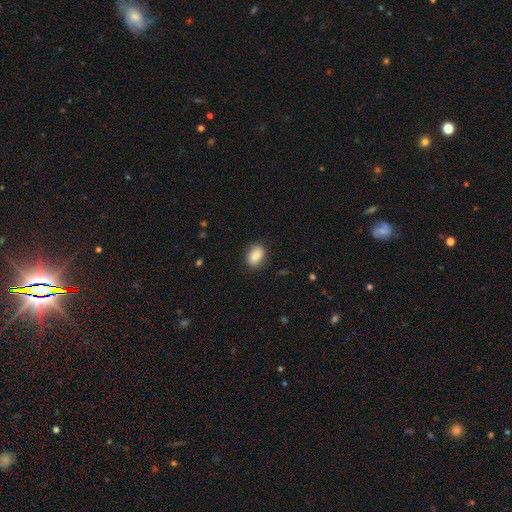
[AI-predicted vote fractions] The model was most divided on "how rounded": in between: 83%, round: 15%, cigar-shaped: 1%. More confident: smooth or featured — smooth (87%); merging — none (87%).